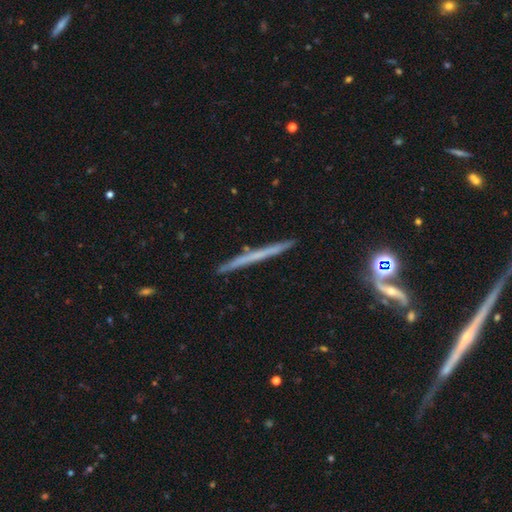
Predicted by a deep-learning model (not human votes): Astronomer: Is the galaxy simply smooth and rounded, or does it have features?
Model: featured or disk — 53% (runner-up: smooth, 39%).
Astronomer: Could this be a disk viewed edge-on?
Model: yes — 97%.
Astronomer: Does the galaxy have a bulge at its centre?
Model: none — 91%.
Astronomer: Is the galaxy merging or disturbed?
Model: none — 90%.